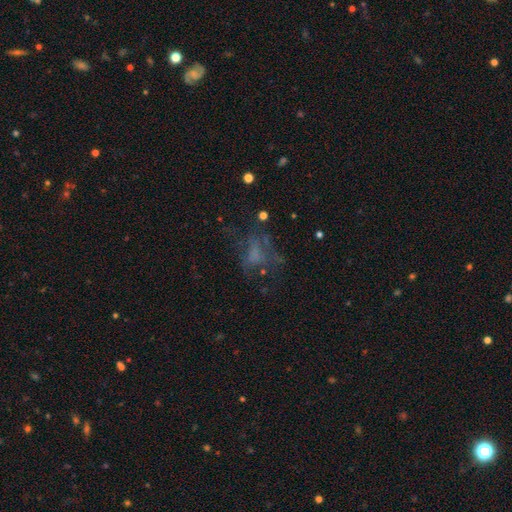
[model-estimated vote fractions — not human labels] Smooth or featured?
  - featured or disk: 39% *
  - smooth: 35%
  - star or artifact: 26%
Merging?
  - none: 46% *
  - major disturbance: 32%
  - minor disturbance: 18%
  - merger: 4%